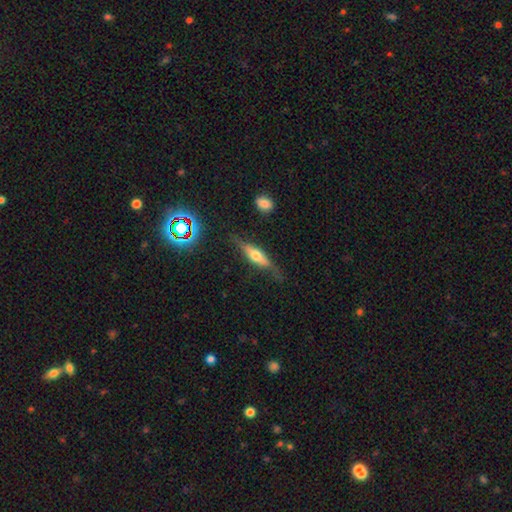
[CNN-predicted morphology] smooth-or-featured: featured or disk: 61% | smooth: 31% | star or artifact: 8%
  disk-edge-on: yes: 91% | no: 9%
    edge-on-bulge: rounded: 84% | boxy: 12% | none: 4%
  merging: none: 73% | minor disturbance: 18% | major disturbance: 7% | merger: 2%